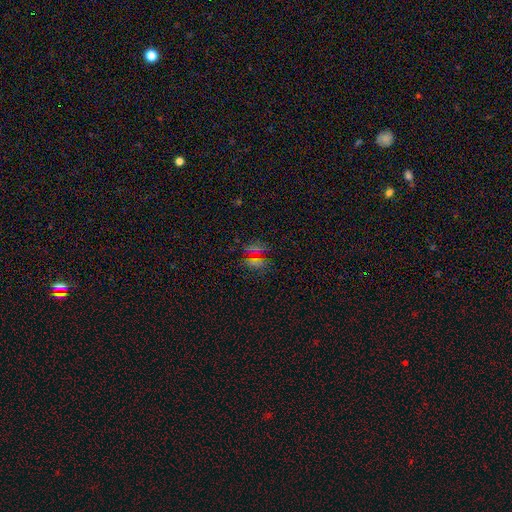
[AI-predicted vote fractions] The model was most divided on "smooth or featured": star or artifact: 42%, smooth: 36%, featured or disk: 22%.